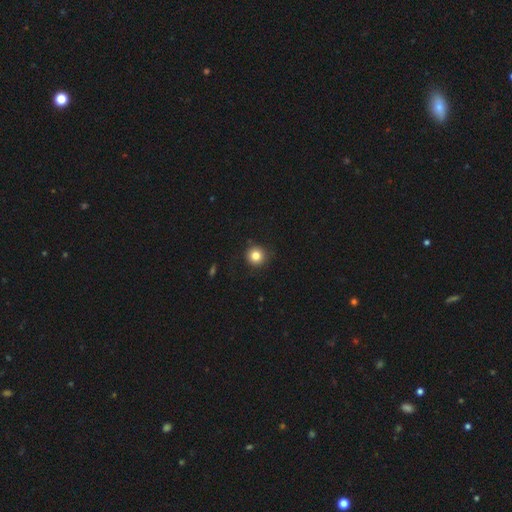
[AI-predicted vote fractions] A smooth galaxy with no disk features (83%) that is round (94%).

Vote fractions:
- Smooth or featured? smooth: 83% / star or artifact: 11% / featured or disk: 6%
- How rounded? round: 94% / in between: 5% / cigar-shaped: 1%
- Merging? none: 89% / minor disturbance: 8% / major disturbance: 2% / merger: 1%